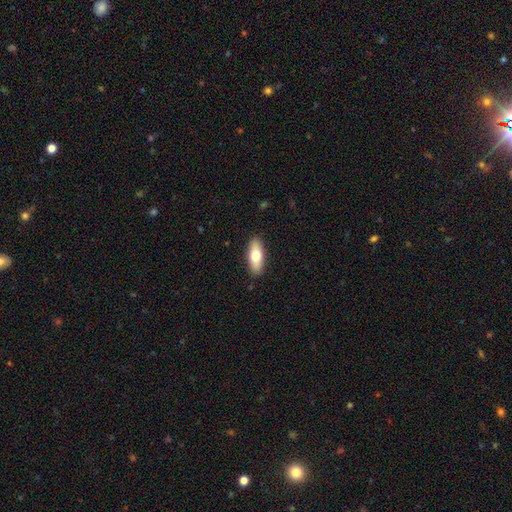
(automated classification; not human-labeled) This appears to be a smooth galaxy with no disk features (69%) that is in between round and cigar-shaped (68%). Merging: none (89%).